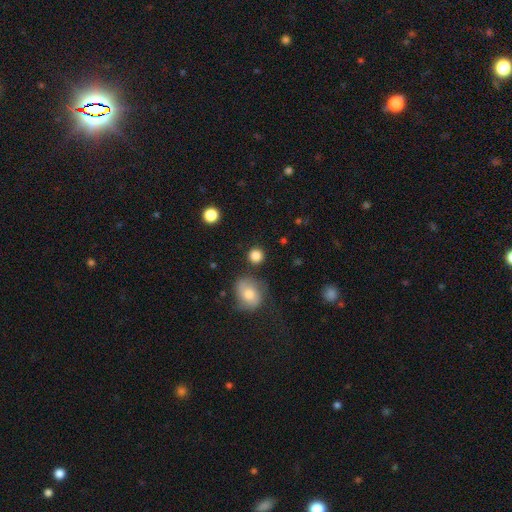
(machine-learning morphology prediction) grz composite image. It shows a smooth galaxy with no disk features (85%) that is round (91%). Merging: none (83%).